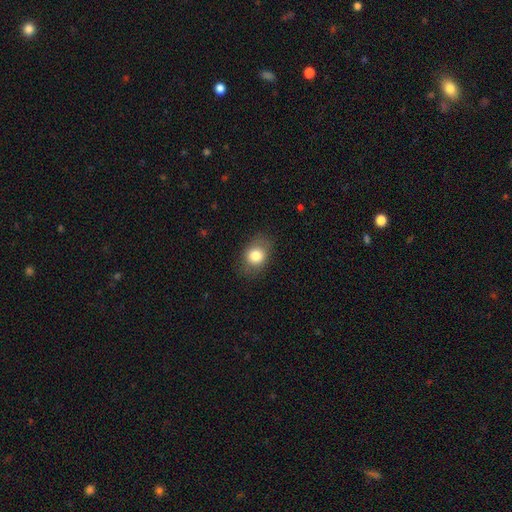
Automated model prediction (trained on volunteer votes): smooth_or_featured: smooth (p=0.80) [alt: featured or disk p=0.10]
how_rounded: in between (p=0.56) [alt: round p=0.43]
merging: none (p=0.80) [alt: minor disturbance p=0.14]